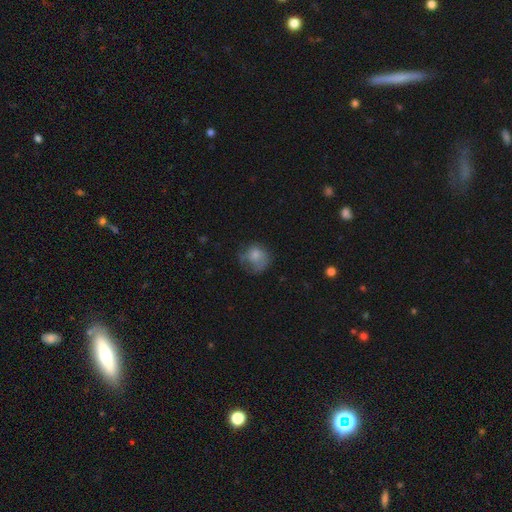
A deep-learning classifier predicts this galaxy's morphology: Q: Smooth or featured?
A: smooth (71%); runner-up: featured or disk (19%)
Q: How rounded?
A: round (73%); runner-up: in between (26%)
Q: Merging?
A: none (45%); runner-up: minor disturbance (28%)